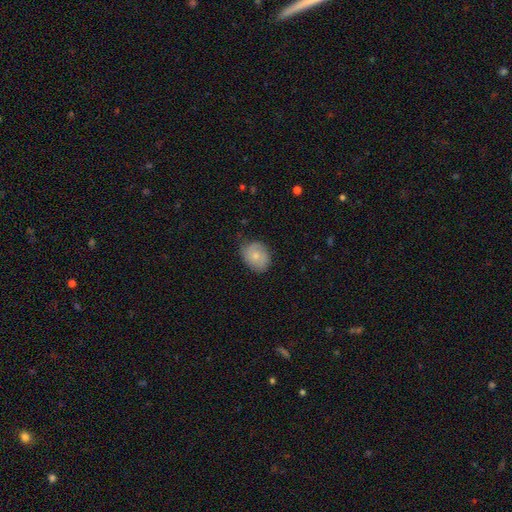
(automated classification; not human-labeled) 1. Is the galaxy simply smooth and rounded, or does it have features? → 70% smooth, 23% featured or disk, 7% star or artifact.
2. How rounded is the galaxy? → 54% in between, 45% round, 1% cigar-shaped.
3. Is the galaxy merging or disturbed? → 74% none, 21% minor disturbance, 4% major disturbance, 1% merger.